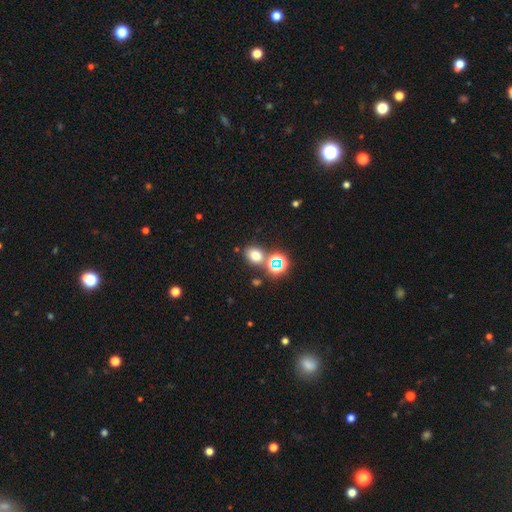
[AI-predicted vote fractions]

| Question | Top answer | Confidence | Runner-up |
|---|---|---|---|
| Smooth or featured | smooth | 68% | star or artifact (23%) |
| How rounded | round | 52% | in between (47%) |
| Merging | none | 71% | merger (15%) |